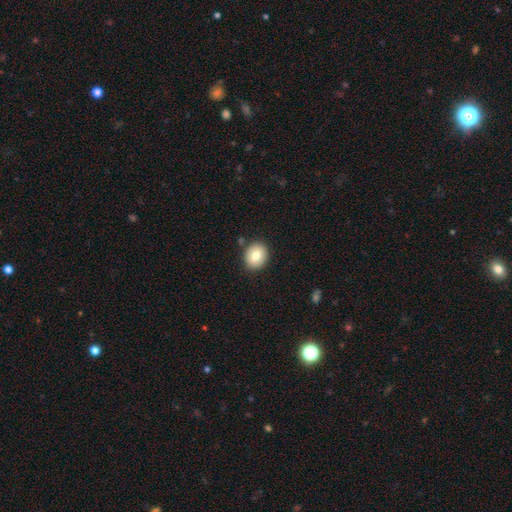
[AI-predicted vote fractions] Smooth or featured? Predicted: smooth (p=0.80). How rounded? Predicted: round (p=0.67). Merging? Predicted: none (p=0.86).